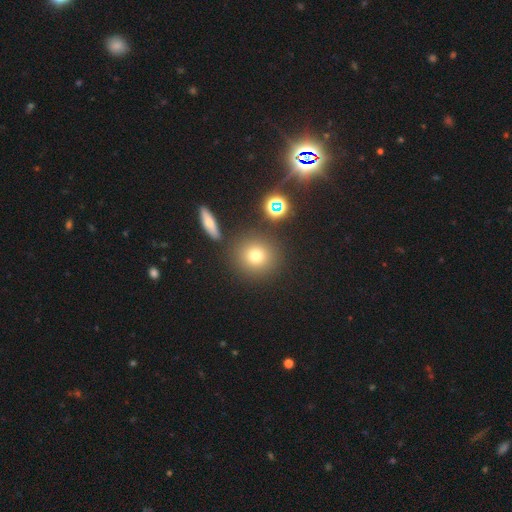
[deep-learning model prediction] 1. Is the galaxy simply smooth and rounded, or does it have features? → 72% smooth, 18% star or artifact, 11% featured or disk.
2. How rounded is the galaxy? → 91% round, 8% in between, 1% cigar-shaped.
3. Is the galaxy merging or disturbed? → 83% none, 8% minor disturbance, 6% merger, 3% major disturbance.